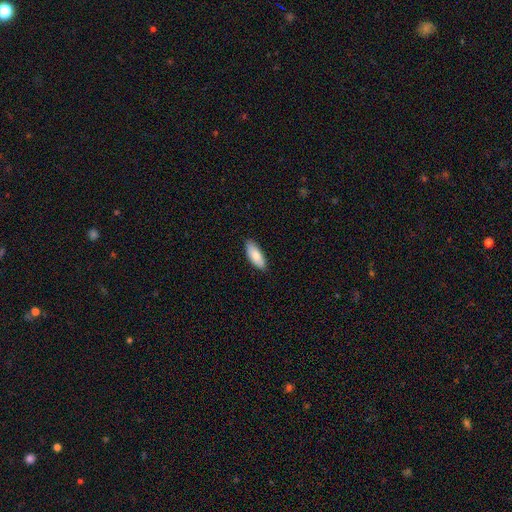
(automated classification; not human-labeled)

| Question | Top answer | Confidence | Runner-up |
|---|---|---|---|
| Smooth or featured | smooth | 80% | featured or disk (14%) |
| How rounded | in between | 77% | cigar-shaped (21%) |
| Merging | none | 86% | minor disturbance (12%) |